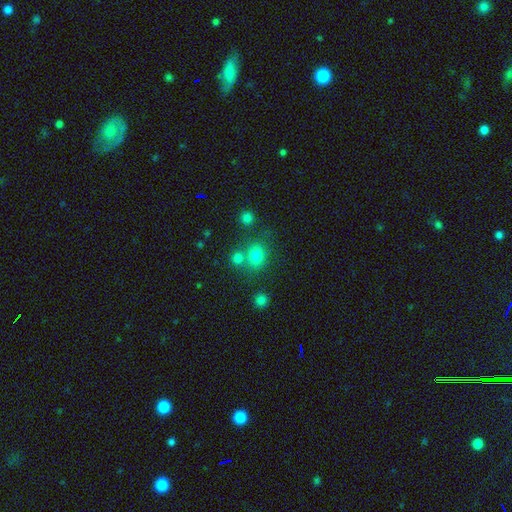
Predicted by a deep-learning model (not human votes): The model was most divided on "how rounded": round: 61%, in between: 38%, cigar-shaped: 1%. More confident: smooth or featured — smooth (76%); merging — none (59%).